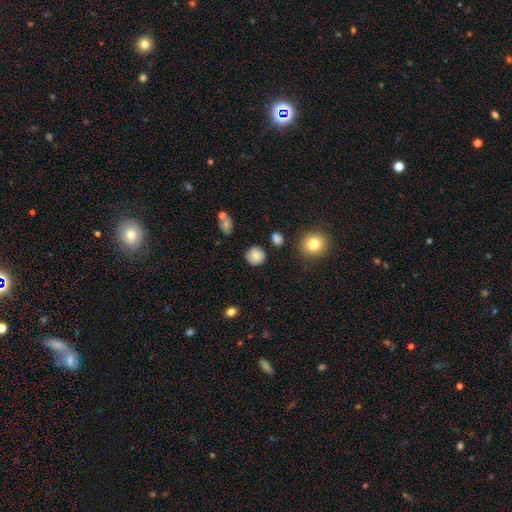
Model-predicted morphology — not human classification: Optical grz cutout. It shows a smooth galaxy with no disk features (79%) that is round (90%). Merging: none (83%).